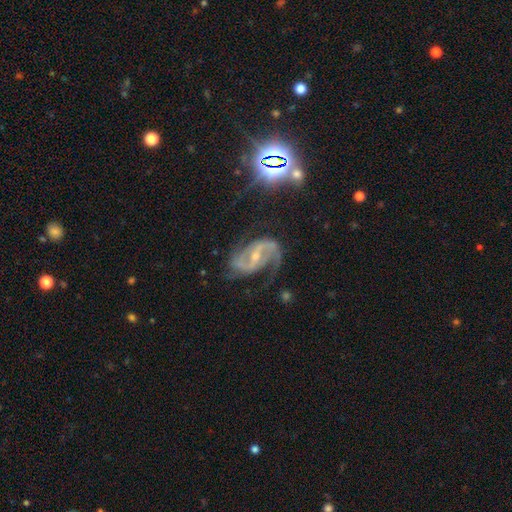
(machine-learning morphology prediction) A featured or disk galaxy (88%) with a strong bar (46%), 2 (87%) medium (54%) spiral arms (97%) and a small central bulge (58%). Merging: none (65%).